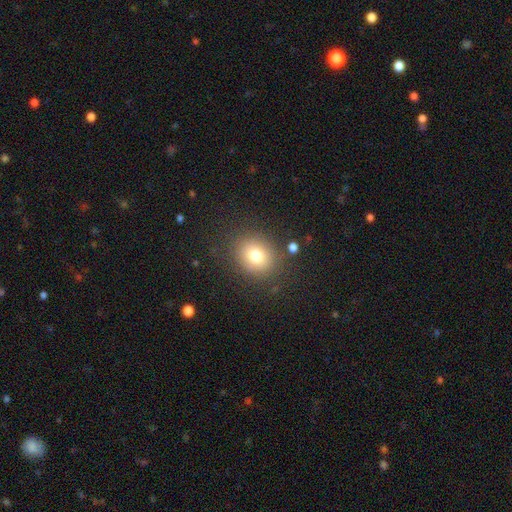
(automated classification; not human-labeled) smooth 77%, star or artifact 12%, featured or disk 11%. Down the decision tree: how rounded — round (64%); merging — none (83%).